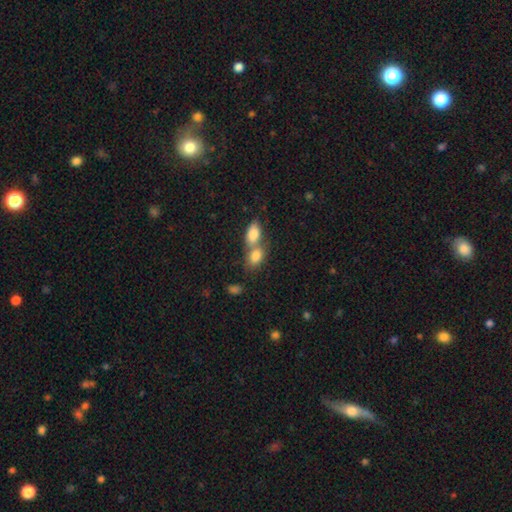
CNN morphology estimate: Smooth or featured? Predicted: smooth (p=0.82). How rounded? Predicted: in between (p=0.81). Merging? Predicted: merger (p=0.65).